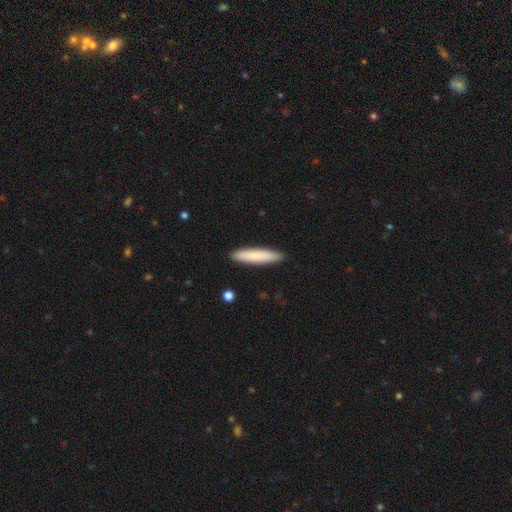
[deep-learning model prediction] The model was most divided on "how rounded": cigar-shaped: 85%, in between: 14%, round: 1%. More confident: merging — none (91%); smooth or featured — smooth (83%).